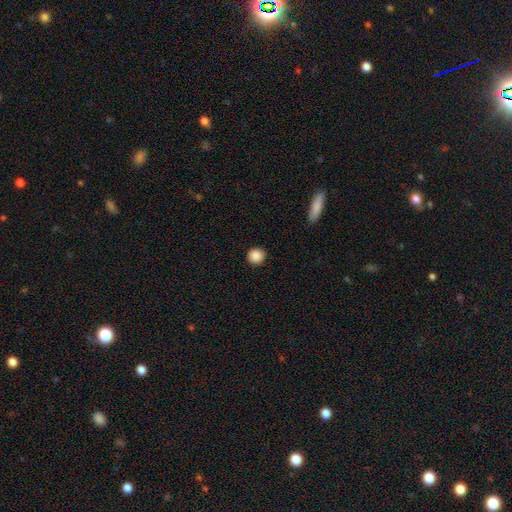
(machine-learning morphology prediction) smooth_or_featured: smooth (p=0.89) [alt: star or artifact p=0.09]
how_rounded: round (p=0.93) [alt: in between p=0.06]
merging: none (p=0.92) [alt: minor disturbance p=0.06]